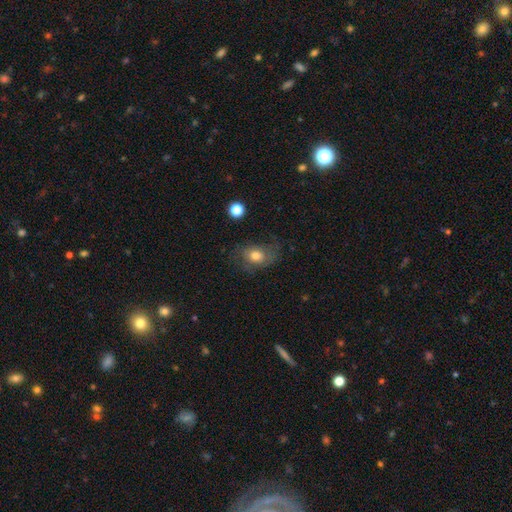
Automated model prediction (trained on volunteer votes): This appears to be a smooth galaxy with no disk features (62%) that is in between round and cigar-shaped (65%). Merging: none (53%).